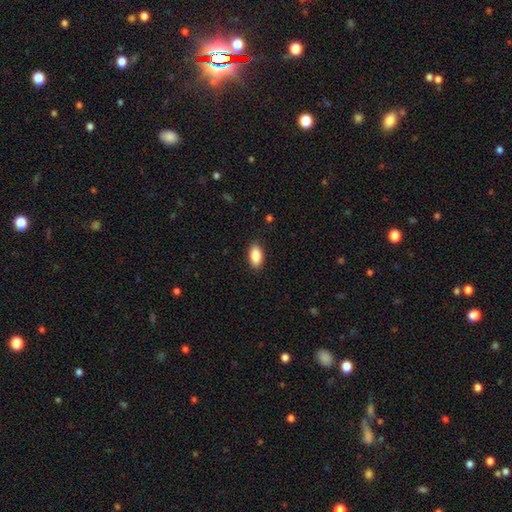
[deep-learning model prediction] The model was most divided on "merging": none: 89%, minor disturbance: 8%, major disturbance: 2%, merger: 1%. More confident: how rounded — in between (92%); smooth or featured — smooth (88%).